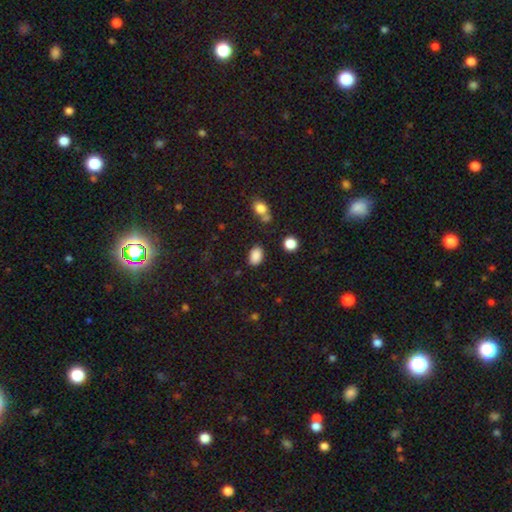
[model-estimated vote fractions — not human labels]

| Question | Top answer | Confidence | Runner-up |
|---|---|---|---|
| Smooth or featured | smooth | 87% | star or artifact (10%) |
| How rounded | in between | 85% | round (14%) |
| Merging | none | 80% | minor disturbance (12%) |